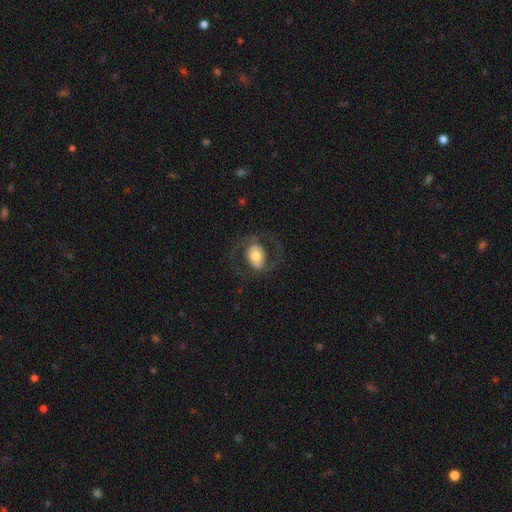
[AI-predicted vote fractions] A featured or disk galaxy (48%).

Vote fractions:
- Smooth or featured? featured or disk: 48% / smooth: 45% / star or artifact: 7%
- Merging? none: 67% / major disturbance: 18% / minor disturbance: 14% / merger: 1%